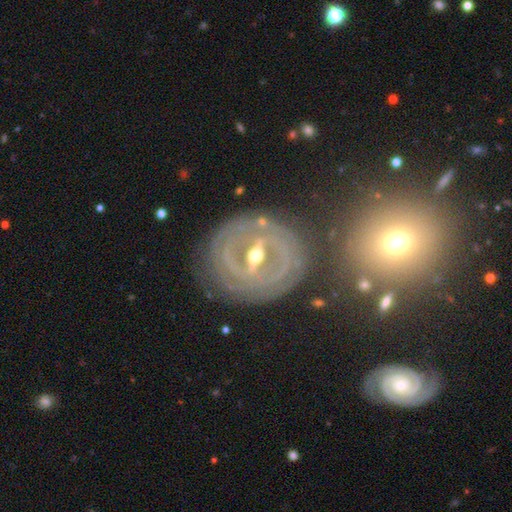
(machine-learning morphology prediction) smooth-or-featured: featured or disk: 86% | smooth: 8% | star or artifact: 6%
  disk-edge-on: no: 89% | yes: 11%
    bar: strong: 67% | weak: 23% | no: 10%
    has-spiral-arms: yes: 72% | no: 28%
      spiral-winding: tight: 75% | medium: 17% | loose: 8%
      spiral-arm-count: can't tell: 40% | 2: 27% | 3: 12% | 4: 8% | more than 4: 7% | 1: 7%
    bulge-size: moderate: 69% | small: 25% | large: 4% | dominant: 1% | none: 1%
  merging: none: 69% | minor disturbance: 17% | major disturbance: 9% | merger: 5%